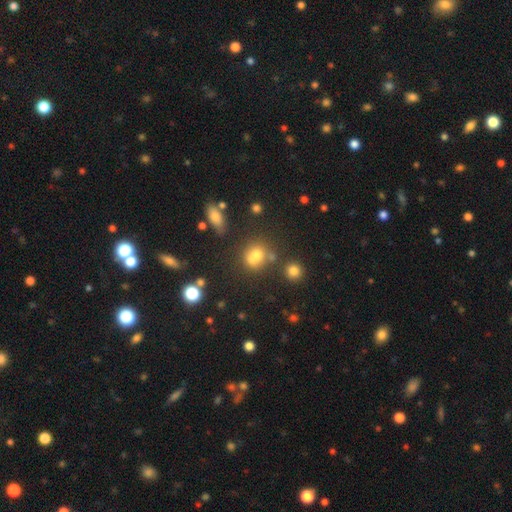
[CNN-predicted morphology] A smooth galaxy with no disk features (63%) that is round (70%). Merging: none (46%).